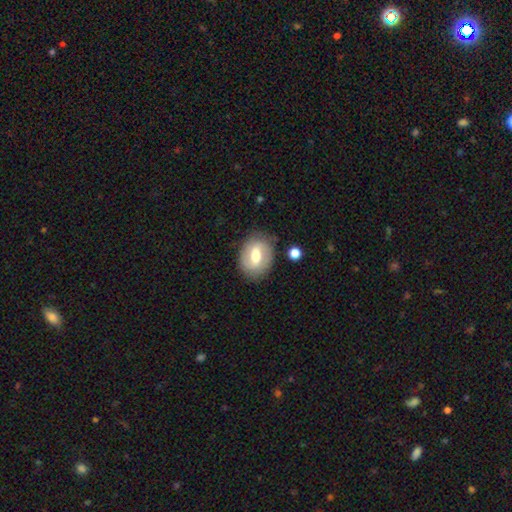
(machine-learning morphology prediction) This appears to be a featured or disk galaxy (56%) with a weak bar (49%), spiral arms (64%) and a moderate central bulge (69%). Merging: none (79%).